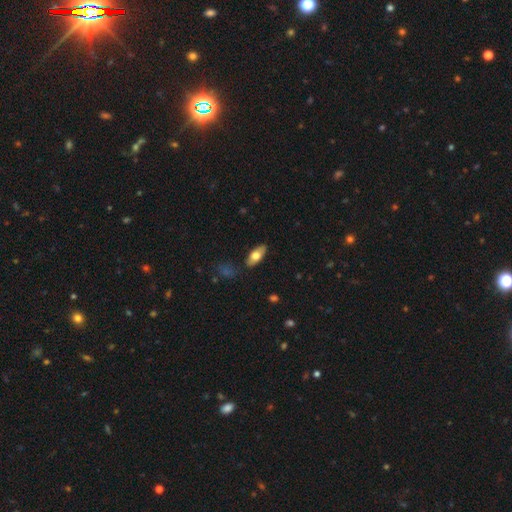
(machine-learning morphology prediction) Q: Smooth or featured?
A: smooth (67%); runner-up: featured or disk (27%)
Q: How rounded?
A: in between (80%); runner-up: cigar-shaped (17%)
Q: Merging?
A: none (85%); runner-up: minor disturbance (11%)